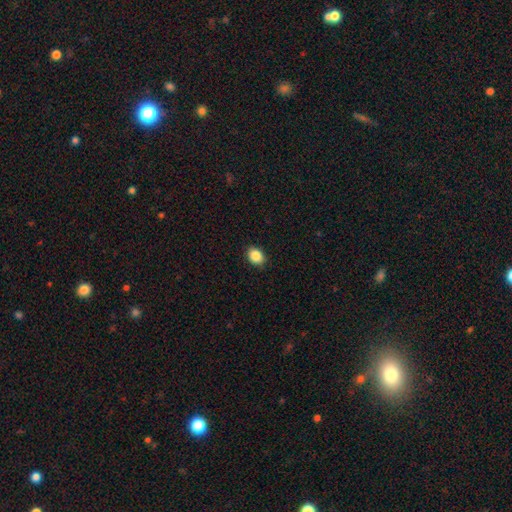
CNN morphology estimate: Q: Smooth or featured?
A: smooth (88%); runner-up: star or artifact (8%)
Q: How rounded?
A: in between (58%); runner-up: round (41%)
Q: Merging?
A: none (89%); runner-up: minor disturbance (8%)